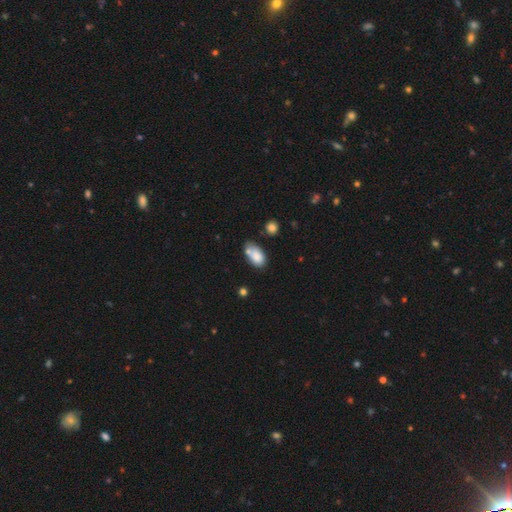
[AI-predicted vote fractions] Smooth or featured: smooth — 80% (featured or disk — 12%)
How rounded: in between — 90% (round — 7%)
Merging: none — 44% (merger — 26%)